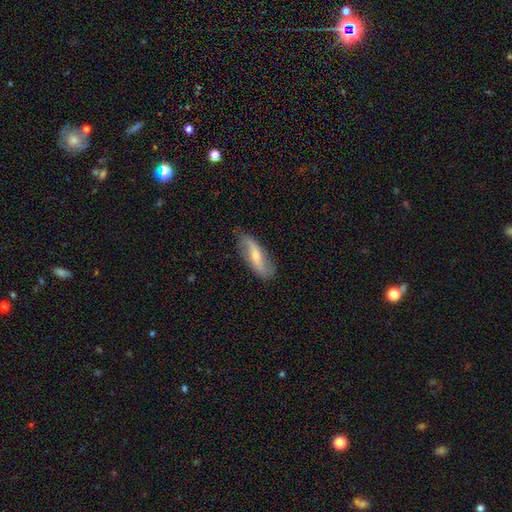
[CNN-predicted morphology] Overall: featured or disk (65%; smooth 29%). Edge-on disk: no (85%). Bar: weak (39%; no 30%). Spiral arms: yes (88%). Bulge size: small (51%; moderate 41%). Merging: none (80%).